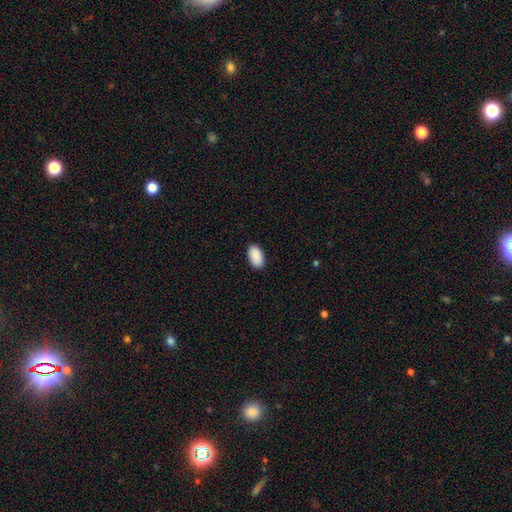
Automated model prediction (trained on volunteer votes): Smooth or featured? smooth (91%)
How rounded? in between (95%)
Merging? none (89%)